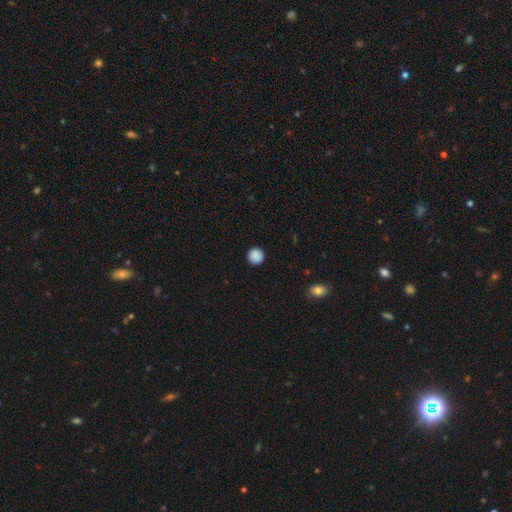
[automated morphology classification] Smooth or featured?
  - smooth: 89% *
  - star or artifact: 9%
  - featured or disk: 2%
How rounded?
  - round: 95% *
  - in between: 4%
  - cigar-shaped: 1%
Merging?
  - none: 92% *
  - minor disturbance: 5%
  - major disturbance: 2%
  - merger: 1%